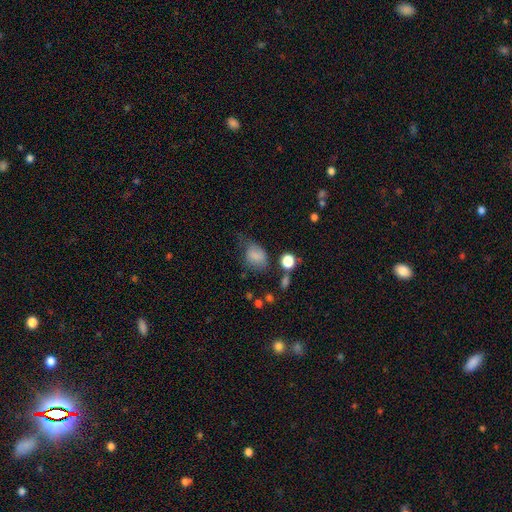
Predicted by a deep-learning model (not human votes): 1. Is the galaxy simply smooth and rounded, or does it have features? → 78% smooth, 11% star or artifact, 11% featured or disk.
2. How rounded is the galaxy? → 62% in between, 37% round, 1% cigar-shaped.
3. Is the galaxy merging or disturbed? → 44% none, 32% minor disturbance, 19% major disturbance, 5% merger.